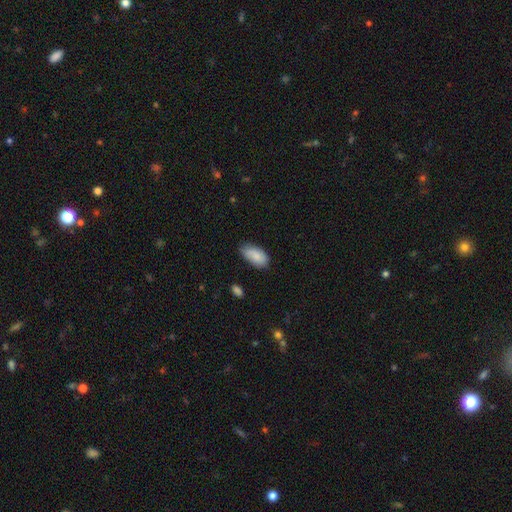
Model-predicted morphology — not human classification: Overall: smooth (85%). How rounded: in between (93%). Merging: none (66%; minor disturbance 27%).